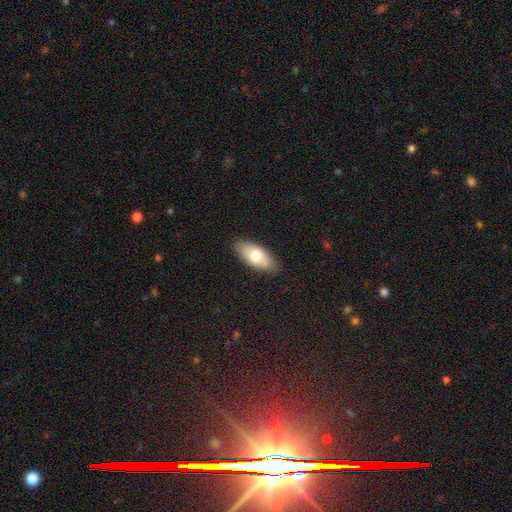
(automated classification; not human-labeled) smooth 73%, featured or disk 21%, star or artifact 6%. Down the decision tree: how rounded — in between (85%); merging — none (86%).